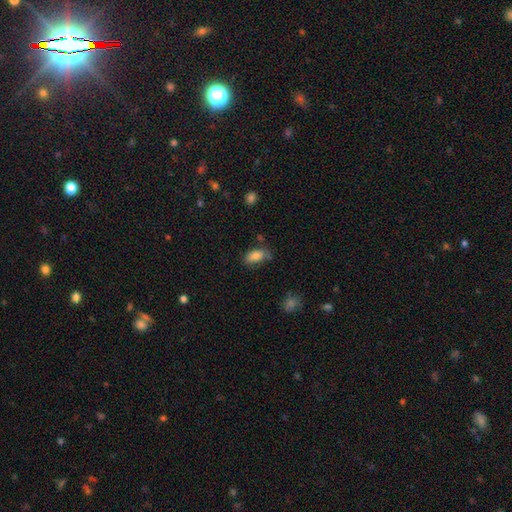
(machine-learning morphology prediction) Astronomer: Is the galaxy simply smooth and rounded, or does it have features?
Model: smooth — 81%.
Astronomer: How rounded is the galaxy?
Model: in between — 91%.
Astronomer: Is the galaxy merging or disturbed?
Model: none — 60%.